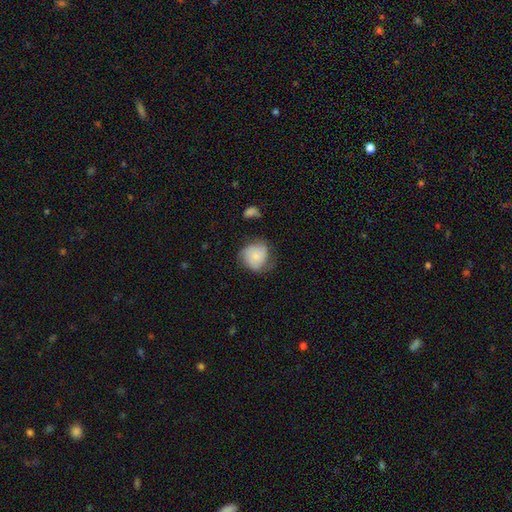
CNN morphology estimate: A smooth galaxy with no disk features (66%) that is round (75%). Merging: none (45%).